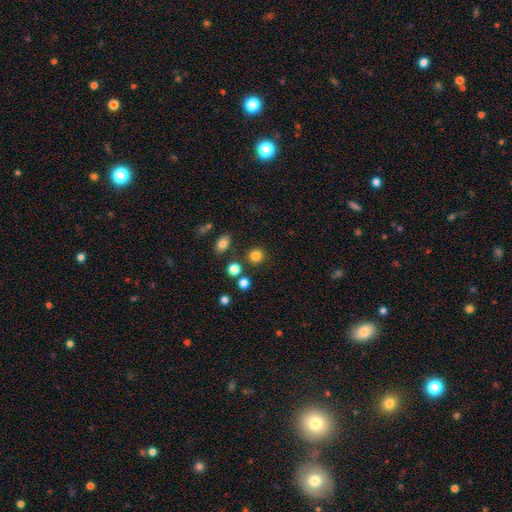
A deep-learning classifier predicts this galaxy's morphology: smooth 82%, star or artifact 13%, featured or disk 5%. Down the decision tree: how rounded — round (90%); merging — none (85%).